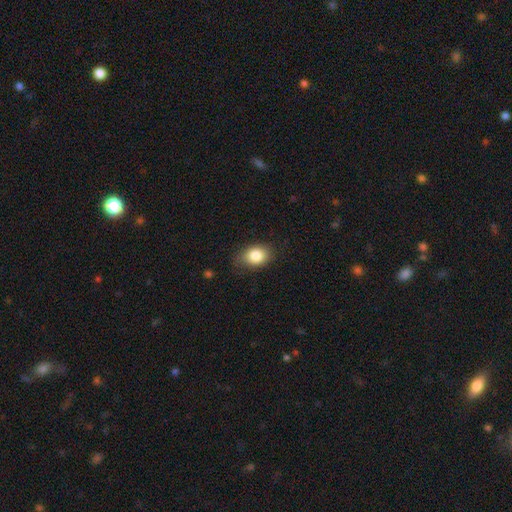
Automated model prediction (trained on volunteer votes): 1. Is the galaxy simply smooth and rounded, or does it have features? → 84% smooth, 8% star or artifact, 8% featured or disk.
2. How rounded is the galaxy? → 71% in between, 28% round, 1% cigar-shaped.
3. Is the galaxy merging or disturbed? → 74% none, 20% minor disturbance, 5% major disturbance, 1% merger.